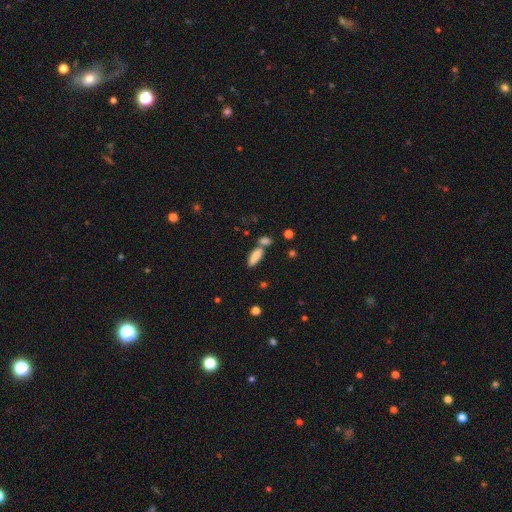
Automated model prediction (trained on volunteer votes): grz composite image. It shows a smooth galaxy with no disk features (84%) that is in between round and cigar-shaped (68%). Merging: none (53%).